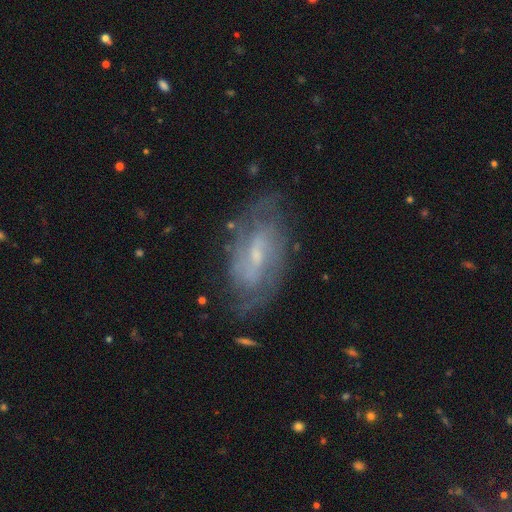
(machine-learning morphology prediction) Smooth or featured? Predicted: featured or disk (p=0.79). Edge-on disk? Predicted: no (p=0.93). Bar? Predicted: weak (p=0.54). Spiral arms? Predicted: yes (p=0.90). Spiral winding? Predicted: tight (p=0.44). Spiral arm count? Predicted: 2 (p=0.47). Bulge size? Predicted: small (p=0.66). Merging? Predicted: none (p=0.72).